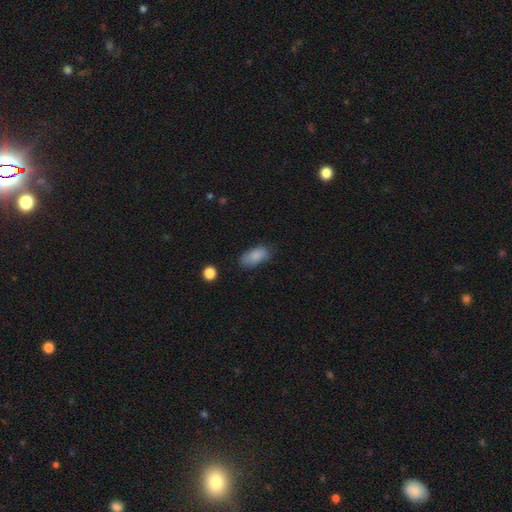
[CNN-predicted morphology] type=smooth (85%); roundness=in between (91%); merging=none (71%).